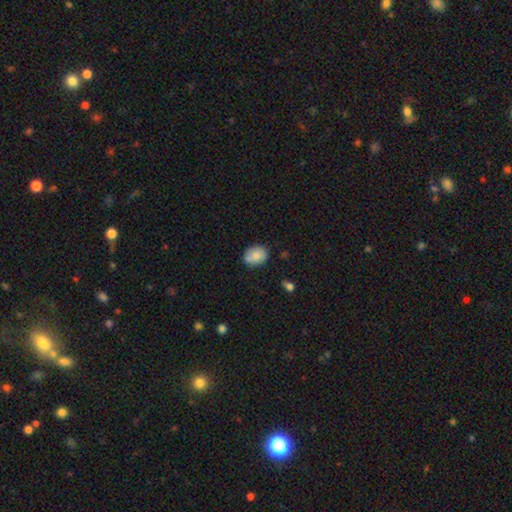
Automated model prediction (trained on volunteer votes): Smooth or featured? smooth (78%)
How rounded? in between (65%)
Merging? none (74%)